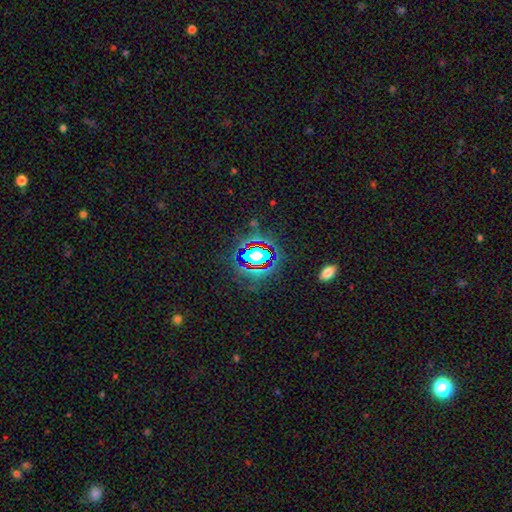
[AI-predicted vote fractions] smooth-or-featured: star or artifact: 64% | smooth: 23% | featured or disk: 12%